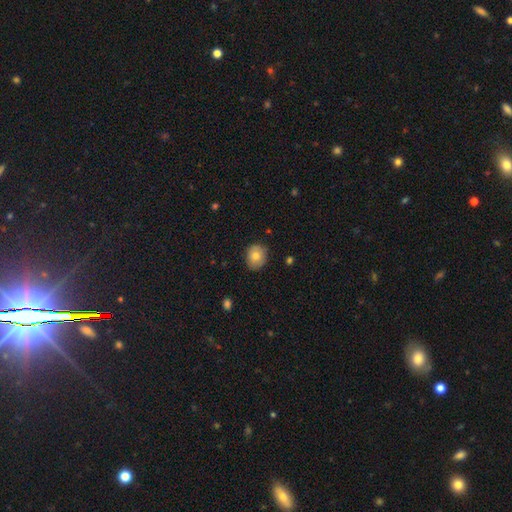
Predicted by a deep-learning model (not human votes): Morphology: type=smooth (77%); roundness=round (63%); merging=none (81%).